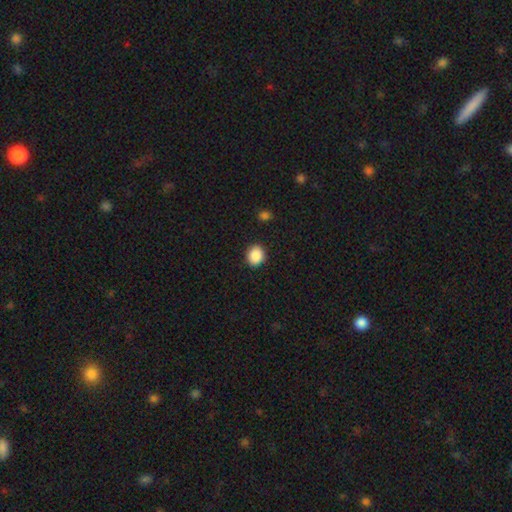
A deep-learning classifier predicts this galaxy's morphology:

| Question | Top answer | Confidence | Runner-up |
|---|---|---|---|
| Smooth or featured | smooth | 89% | star or artifact (9%) |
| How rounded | round | 76% | in between (23%) |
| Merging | none | 90% | minor disturbance (7%) |